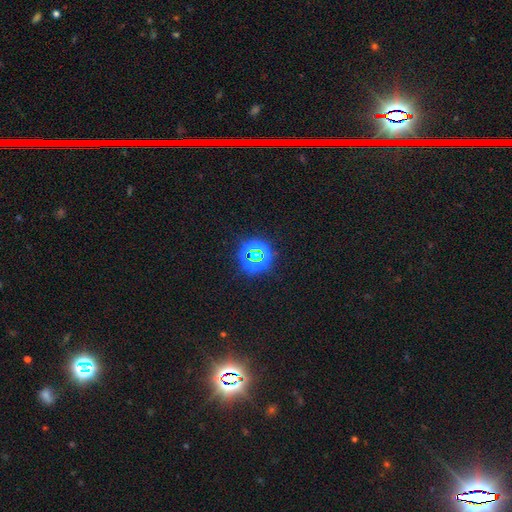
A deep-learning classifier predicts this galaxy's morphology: star or artifact 75%, smooth 16%, featured or disk 8%.